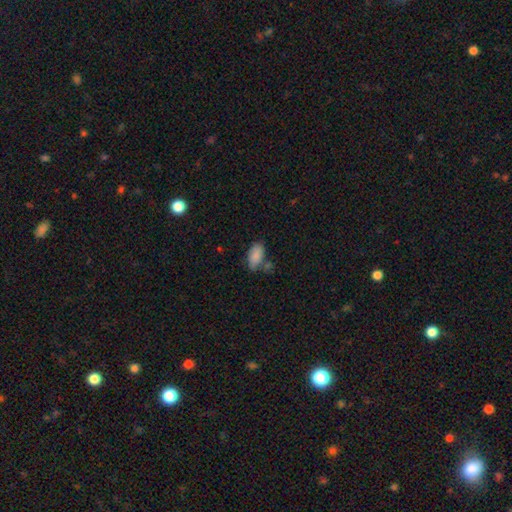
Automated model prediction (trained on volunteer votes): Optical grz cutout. It shows a smooth galaxy with no disk features (87%) that is in between round and cigar-shaped (93%). Merging: none (61%).